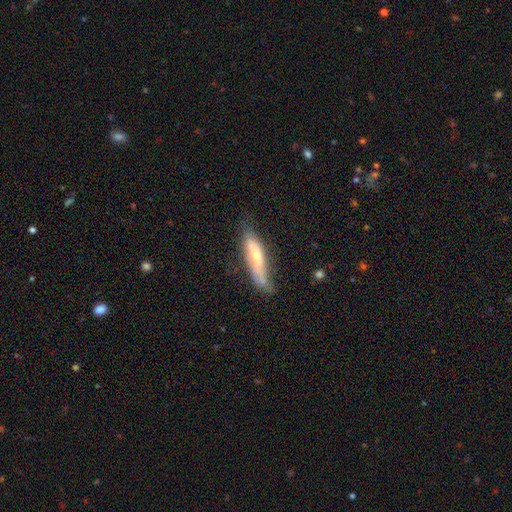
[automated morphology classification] type=smooth (54%); roundness=cigar-shaped (71%); merging=none (47%).